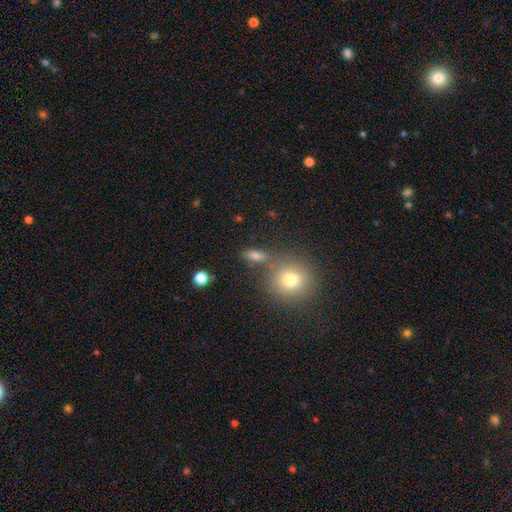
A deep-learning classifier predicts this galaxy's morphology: Smooth or featured? smooth (71%)
How rounded? in between (62%)
Merging? none (66%)